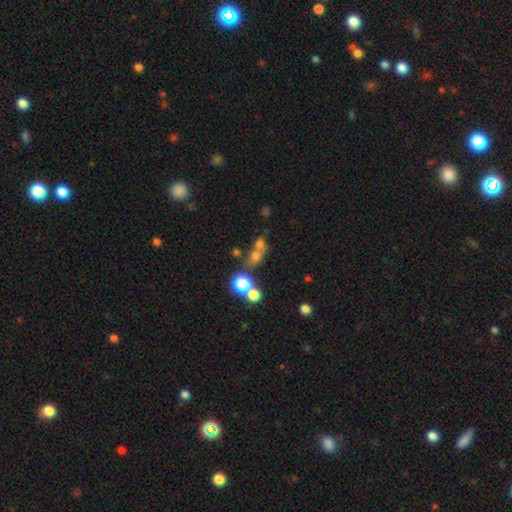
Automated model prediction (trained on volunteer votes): smooth-or-featured: smooth: 61% | star or artifact: 24% | featured or disk: 15%
  how-rounded: round: 69% | in between: 29% | cigar-shaped: 3%
  merging: merger: 44% | none: 41% | minor disturbance: 9% | major disturbance: 6%